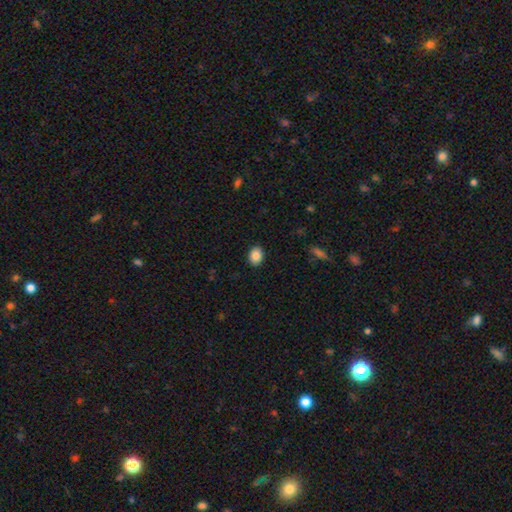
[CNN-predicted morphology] type=smooth (87%); roundness=in between (72%); merging=none (90%).